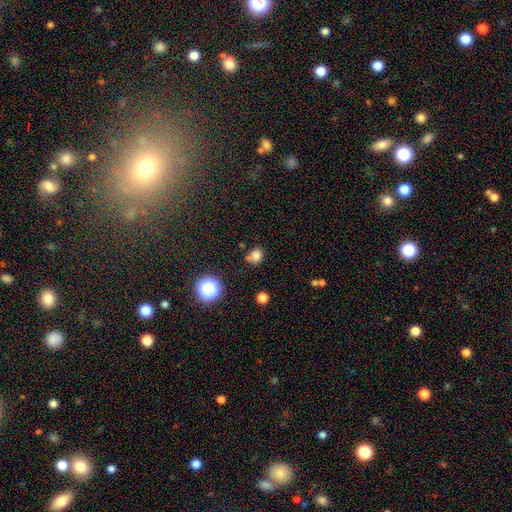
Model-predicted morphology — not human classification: smooth_or_featured: smooth (p=0.77) [alt: star or artifact p=0.16]
how_rounded: round (p=0.67) [alt: in between p=0.32]
merging: none (p=0.57) [alt: minor disturbance p=0.19]